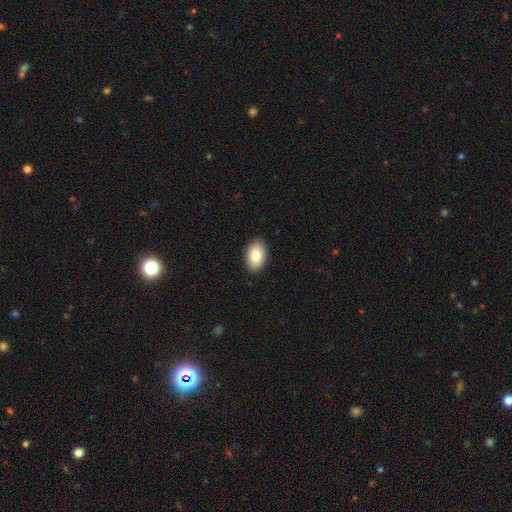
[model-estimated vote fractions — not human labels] A smooth galaxy with no disk features (85%) that is in between round and cigar-shaped (92%).

Vote fractions:
- Smooth or featured? smooth: 85% / featured or disk: 9% / star or artifact: 7%
- How rounded? in between: 92% / round: 7% / cigar-shaped: 1%
- Merging? none: 90% / minor disturbance: 8% / major disturbance: 2% / merger: 1%